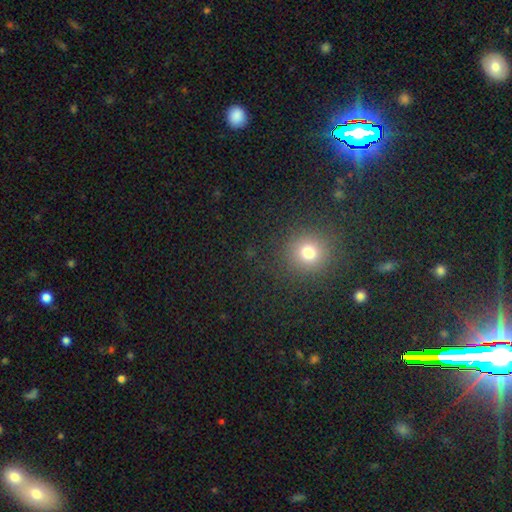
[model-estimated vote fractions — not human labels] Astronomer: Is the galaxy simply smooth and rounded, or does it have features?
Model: smooth — 53% (runner-up: star or artifact, 40%).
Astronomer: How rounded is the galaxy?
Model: round — 94%.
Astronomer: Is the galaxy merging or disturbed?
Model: none — 91%.